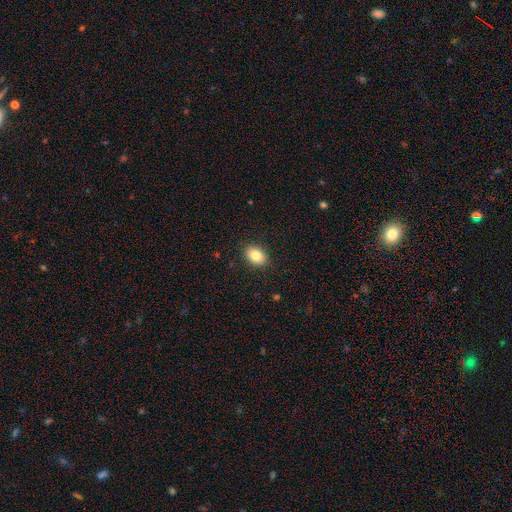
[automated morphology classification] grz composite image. It shows a smooth galaxy with no disk features (83%) that is in between round and cigar-shaped (75%). Merging: none (89%).